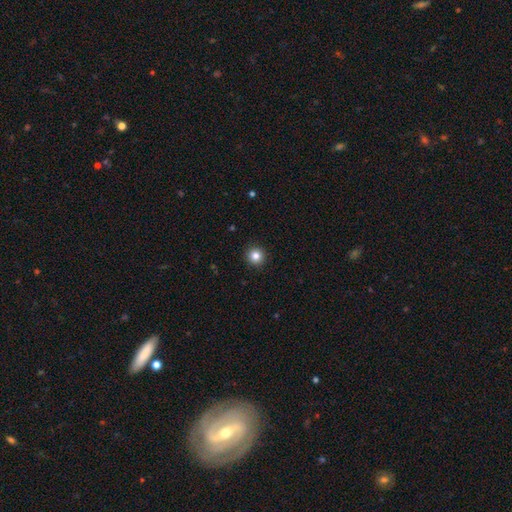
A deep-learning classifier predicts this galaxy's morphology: Overall: smooth (83%). How rounded: round (95%). Merging: none (93%).